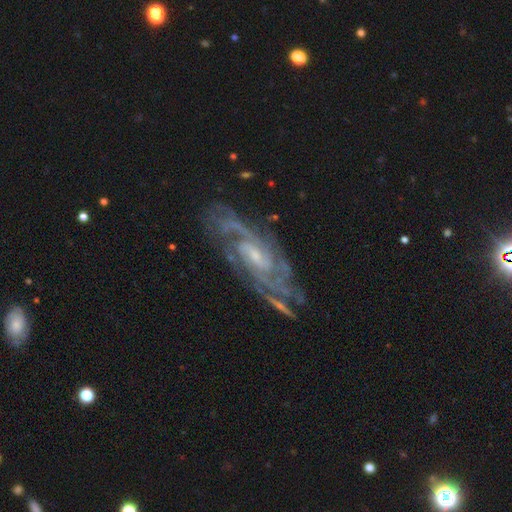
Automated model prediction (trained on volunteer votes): The model was most divided on "spiral arm count": 2: 26%, can't tell: 23%, 3: 22%, 4: 15%, more than 4: 7%, 1: 6%. Remaining: spiral arms — yes (98%); edge-on disk — no (94%); smooth or featured — featured or disk (90%); merging — none (71%); bulge size — small (66%); spiral winding — tight (58%); bar — no (45%).